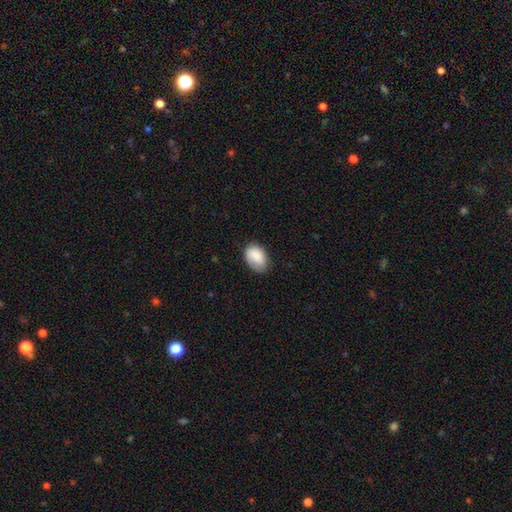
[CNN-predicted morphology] The model was most divided on "merging": none: 65%, minor disturbance: 26%, major disturbance: 7%, merger: 1%. More confident: how rounded — in between (86%); smooth or featured — smooth (83%).